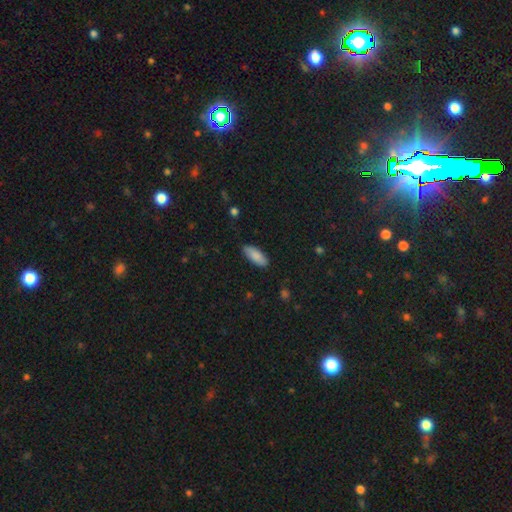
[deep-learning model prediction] This is clearly a smooth galaxy (88%). How rounded: likely in between (78%). Merging: clearly none (87%).